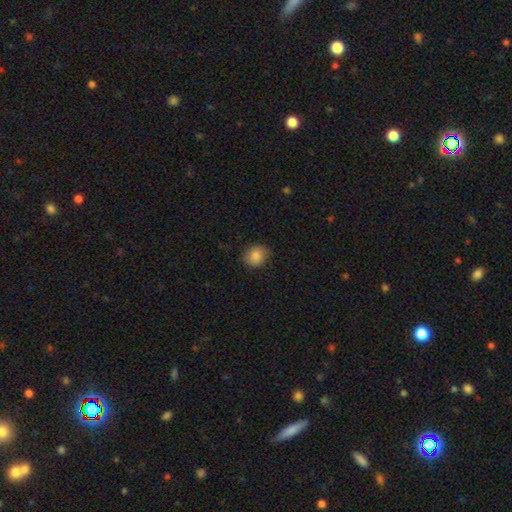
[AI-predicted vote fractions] Smooth or featured?
  - smooth: 83% *
  - star or artifact: 9%
  - featured or disk: 7%
How rounded?
  - round: 75% *
  - in between: 24%
  - cigar-shaped: 1%
Merging?
  - none: 87% *
  - minor disturbance: 10%
  - major disturbance: 2%
  - merger: 1%